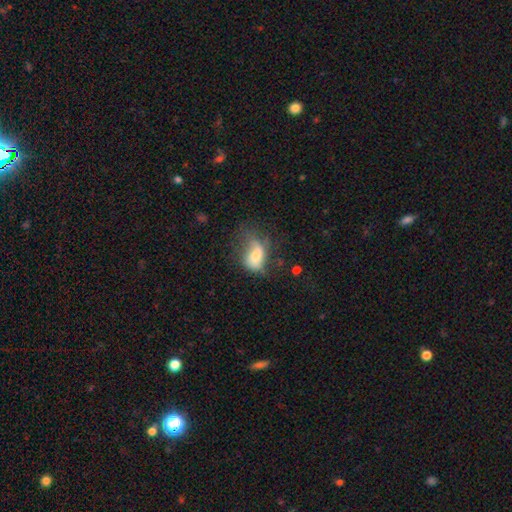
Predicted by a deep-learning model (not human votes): A smooth galaxy with no disk features (62%) that is in between round and cigar-shaped (83%). Merging: major disturbance (35%).